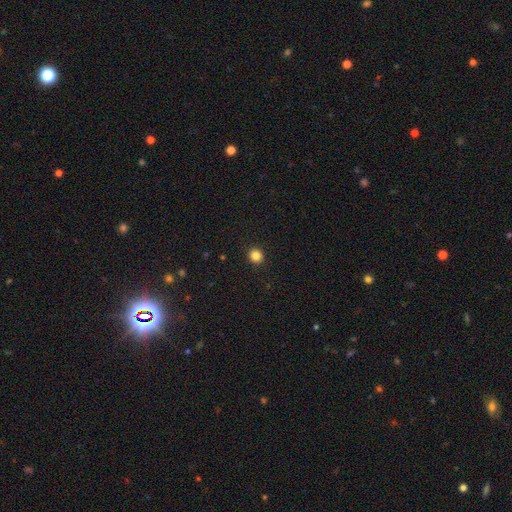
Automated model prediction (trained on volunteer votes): Smooth or featured?
  - smooth: 84% *
  - star or artifact: 12%
  - featured or disk: 4%
How rounded?
  - round: 90% *
  - in between: 9%
  - cigar-shaped: 1%
Merging?
  - none: 93% *
  - minor disturbance: 5%
  - major disturbance: 2%
  - merger: 1%